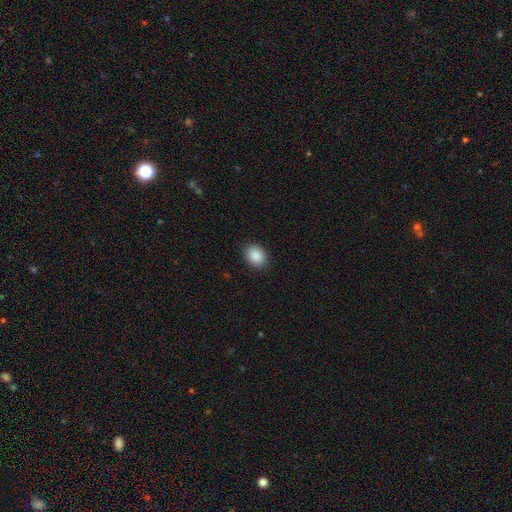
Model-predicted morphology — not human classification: Smooth or featured?
  - smooth: 89% *
  - star or artifact: 8%
  - featured or disk: 3%
How rounded?
  - in between: 64% *
  - round: 35%
  - cigar-shaped: 1%
Merging?
  - none: 89% *
  - minor disturbance: 8%
  - major disturbance: 2%
  - merger: 1%